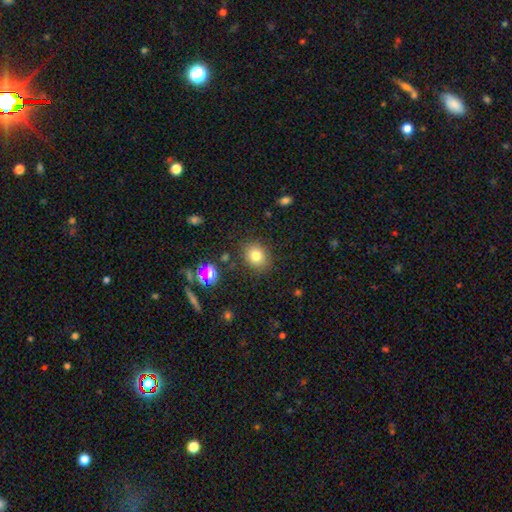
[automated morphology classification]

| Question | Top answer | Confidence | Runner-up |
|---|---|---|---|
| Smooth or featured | smooth | 77% | star or artifact (14%) |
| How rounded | round | 59% | in between (40%) |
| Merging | none | 85% | minor disturbance (10%) |